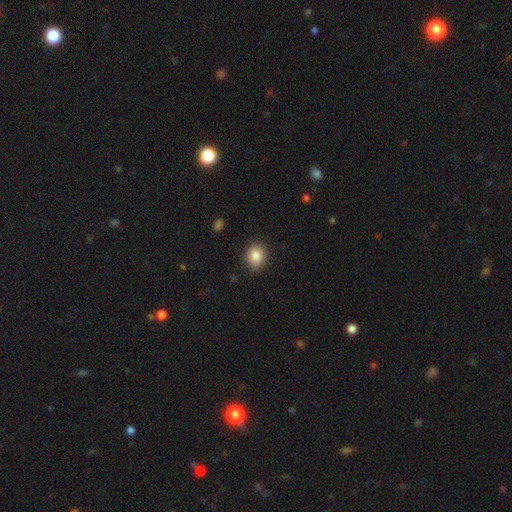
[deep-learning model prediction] smooth 86%, star or artifact 9%, featured or disk 5%. Down the decision tree: how rounded — round (60%); merging — none (86%).